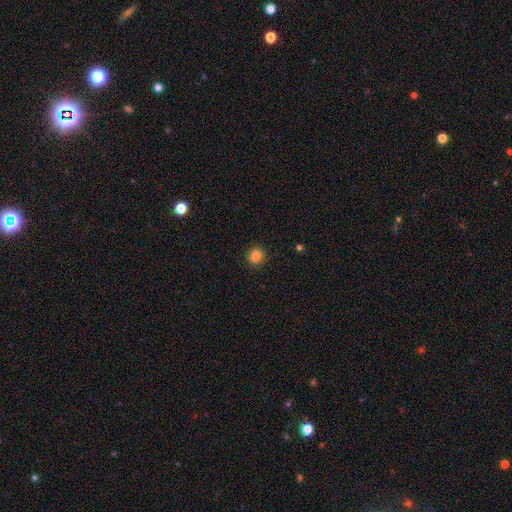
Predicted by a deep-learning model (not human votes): Smooth or featured: smooth — 84% (star or artifact — 11%)
How rounded: round — 86% (in between — 13%)
Merging: none — 90% (minor disturbance — 7%)